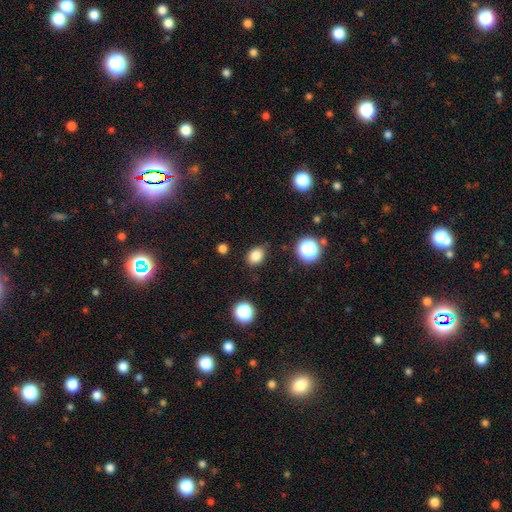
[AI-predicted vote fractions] Smooth or featured? smooth (82%)
How rounded? in between (62%)
Merging? none (82%)